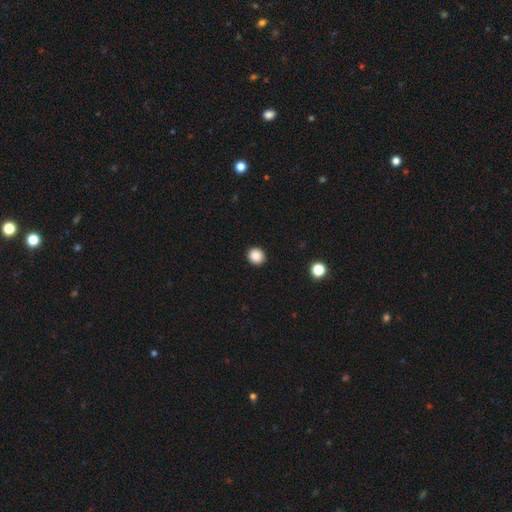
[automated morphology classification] Overall: smooth (87%). How rounded: round (90%). Merging: none (93%).